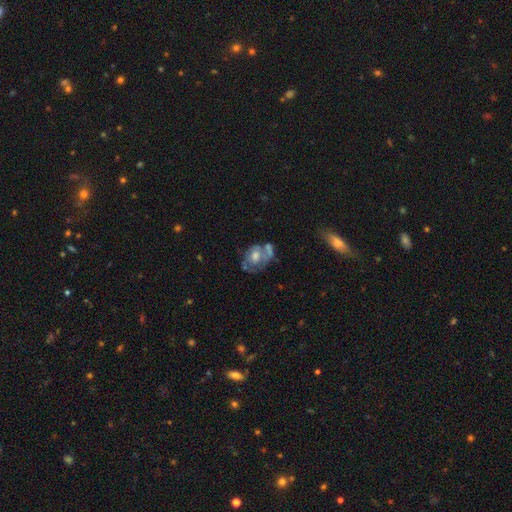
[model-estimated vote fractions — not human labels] smooth_or_featured: featured or disk (p=0.55) [alt: smooth p=0.37]
disk_edge_on: no (p=0.96) [alt: yes p=0.04]
bar: no (p=0.83) [alt: weak p=0.14]
has_spiral_arms: no (p=0.67) [alt: yes p=0.33]
bulge_size: moderate (p=0.60) [alt: large p=0.18]
merging: none (p=0.34) [alt: merger p=0.28]